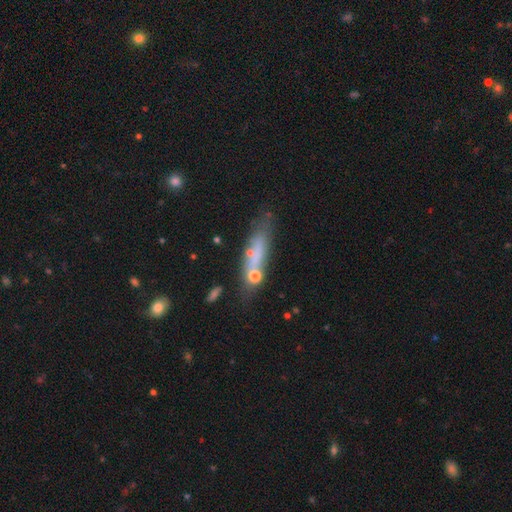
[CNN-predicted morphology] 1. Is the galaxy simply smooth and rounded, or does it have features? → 50% smooth, 36% featured or disk, 13% star or artifact.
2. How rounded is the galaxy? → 71% cigar-shaped, 25% in between, 5% round.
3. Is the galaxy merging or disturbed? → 56% none, 22% minor disturbance, 12% major disturbance, 11% merger.